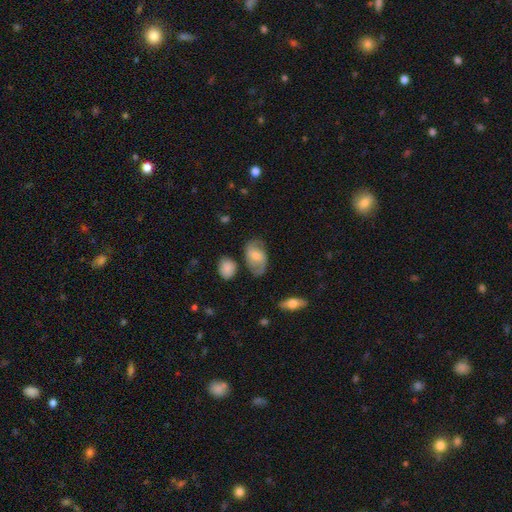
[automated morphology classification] smooth_or_featured: featured or disk (p=0.49) [alt: smooth p=0.44]
merging: none (p=0.66) [alt: minor disturbance p=0.21]